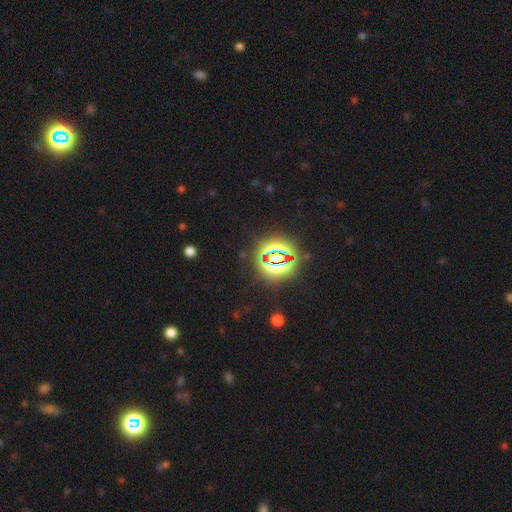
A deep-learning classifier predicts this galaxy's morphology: Smooth or featured: star or artifact — 83% (smooth — 11%)